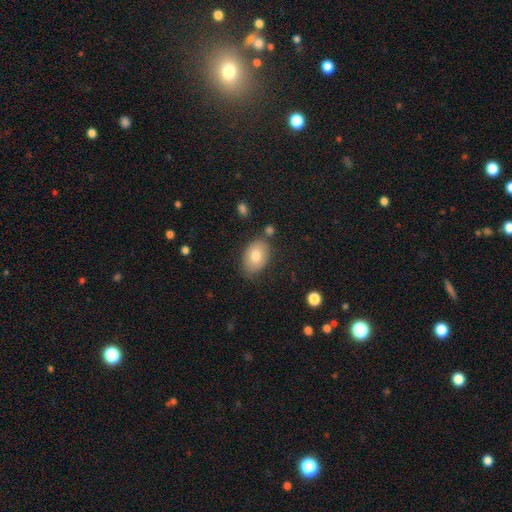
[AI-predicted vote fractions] Morphology: type=smooth (77%); roundness=in between (82%); merging=none (74%).